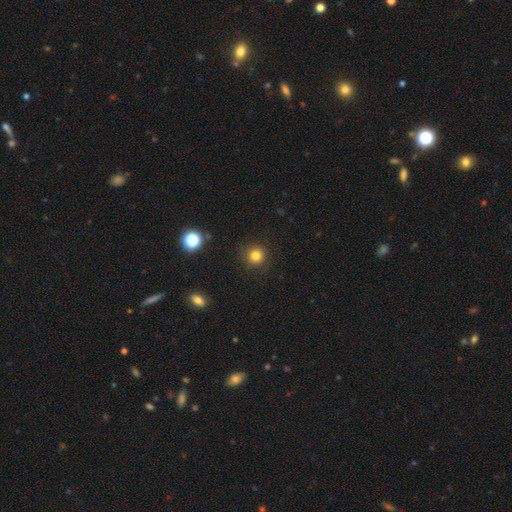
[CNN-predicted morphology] Smooth or featured? Predicted: smooth (p=0.80). How rounded? Predicted: round (p=0.94). Merging? Predicted: none (p=0.89).